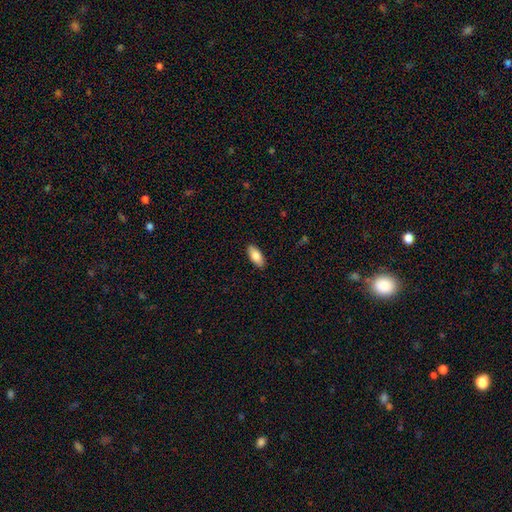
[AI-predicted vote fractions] Smooth or featured? Predicted: smooth (p=0.84). How rounded? Predicted: in between (p=0.86). Merging? Predicted: none (p=0.89).